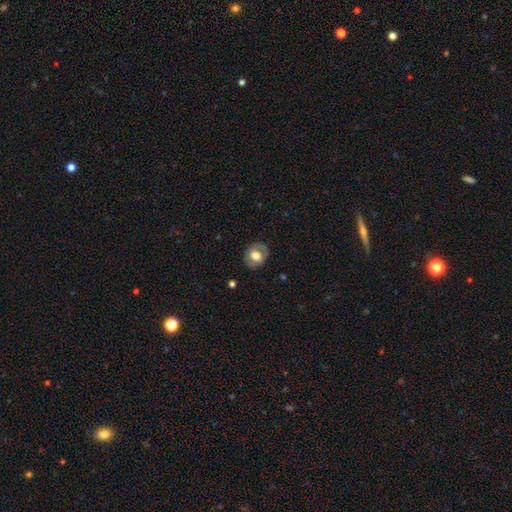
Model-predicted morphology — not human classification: A smooth galaxy with no disk features (62%) that is round (60%).

Vote fractions:
- Smooth or featured? smooth: 62% / featured or disk: 31% / star or artifact: 7%
- How rounded? round: 60% / in between: 39% / cigar-shaped: 1%
- Merging? none: 82% / minor disturbance: 13% / major disturbance: 4% / merger: 1%